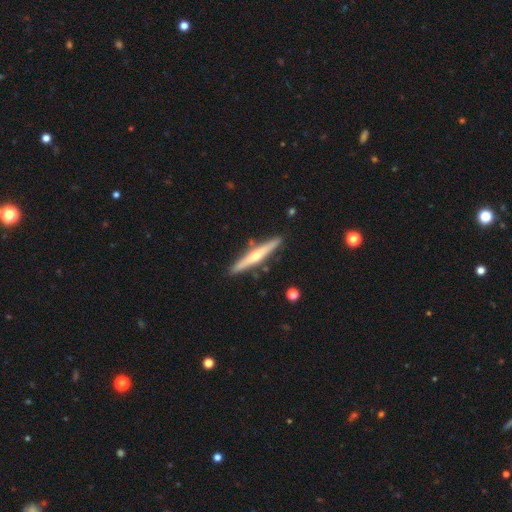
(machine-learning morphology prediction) Smooth or featured? Predicted: featured or disk (p=0.63). Edge-on disk? Predicted: yes (p=0.96). Edge-on bulge? Predicted: rounded (p=0.82). Merging? Predicted: none (p=0.88).